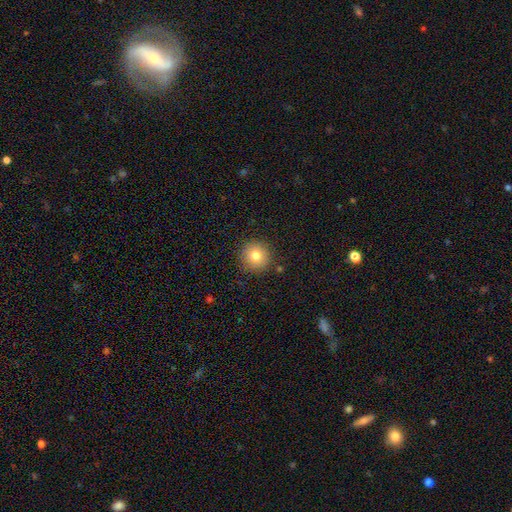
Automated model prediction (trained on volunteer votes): smooth 82%, star or artifact 10%, featured or disk 8%. Down the decision tree: how rounded — round (93%); merging — none (89%).